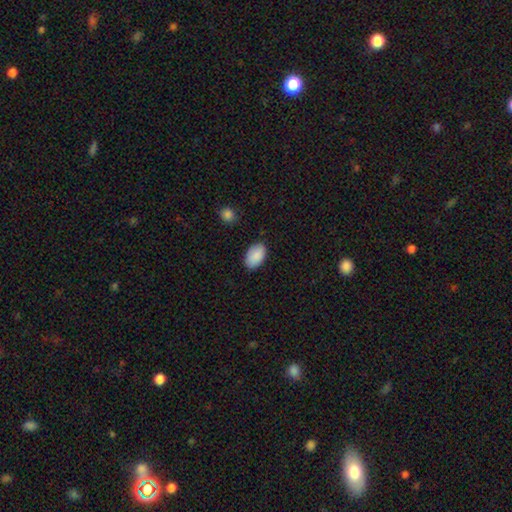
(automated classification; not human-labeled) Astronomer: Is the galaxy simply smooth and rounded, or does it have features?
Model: smooth — 90%.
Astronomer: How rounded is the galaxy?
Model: in between — 94%.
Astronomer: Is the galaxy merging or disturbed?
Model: none — 85%.